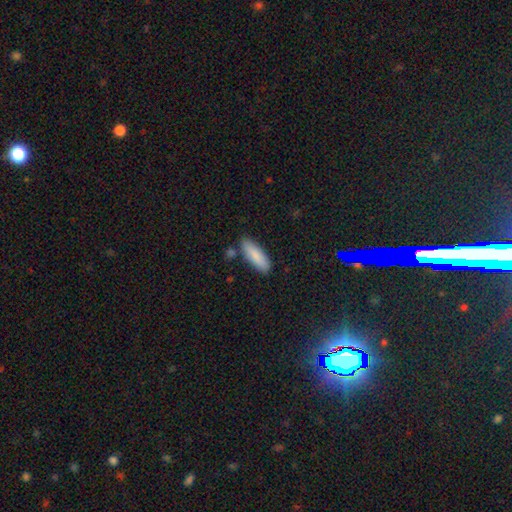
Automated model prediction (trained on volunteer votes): Smooth or featured? Predicted: smooth (p=0.87). How rounded? Predicted: in between (p=0.54). Merging? Predicted: none (p=0.81).